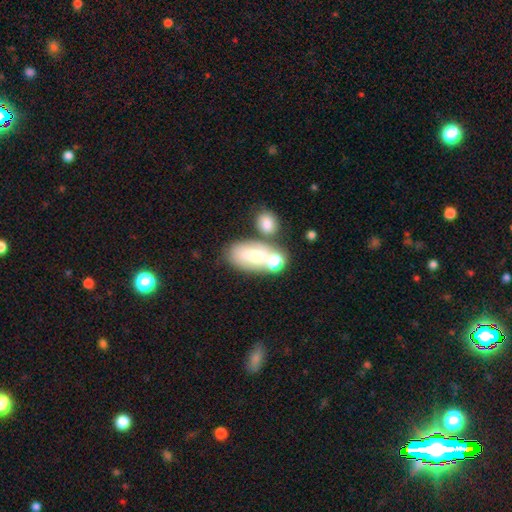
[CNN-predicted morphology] A smooth galaxy with no disk features (58%) that is in between round and cigar-shaped (86%). Merging: none (43%).